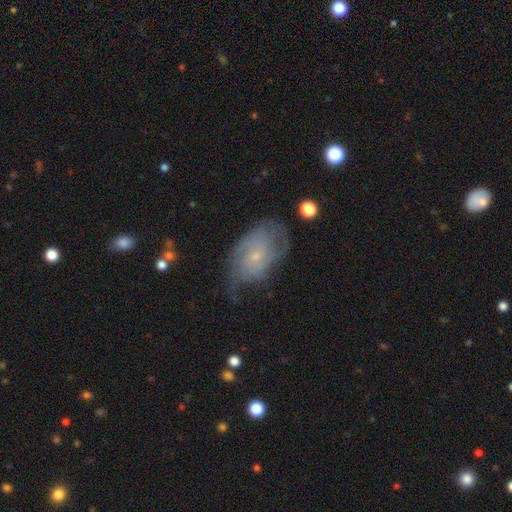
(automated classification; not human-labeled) featured or disk 65%, smooth 26%, star or artifact 8%. Down the decision tree: edge-on disk — no (96%); bar — no (75%); spiral arms — yes (82%); spiral arm count — can't tell (47%); spiral winding — tight (44%); bulge size — small (79%); merging — none (51%).